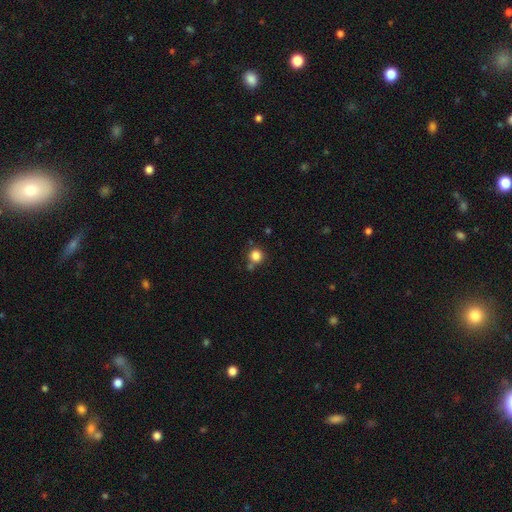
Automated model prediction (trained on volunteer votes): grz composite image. It shows a smooth galaxy with no disk features (83%) that is round (89%). Merging: none (71%).